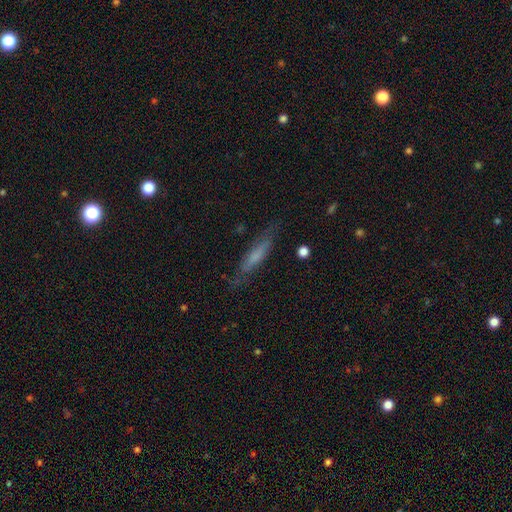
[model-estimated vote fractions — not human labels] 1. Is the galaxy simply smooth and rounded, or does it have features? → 54% smooth, 38% featured or disk, 8% star or artifact.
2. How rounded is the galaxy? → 81% cigar-shaped, 17% in between, 2% round.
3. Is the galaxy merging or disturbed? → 74% none, 18% minor disturbance, 6% major disturbance, 2% merger.